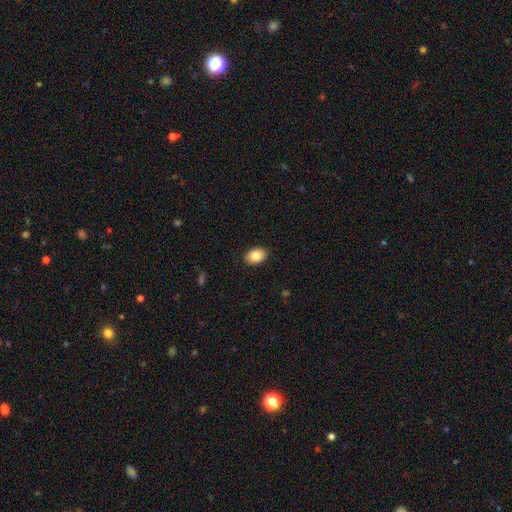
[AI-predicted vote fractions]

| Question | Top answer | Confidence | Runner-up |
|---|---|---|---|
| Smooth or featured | smooth | 86% | star or artifact (7%) |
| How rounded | in between | 87% | round (12%) |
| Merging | none | 89% | minor disturbance (9%) |